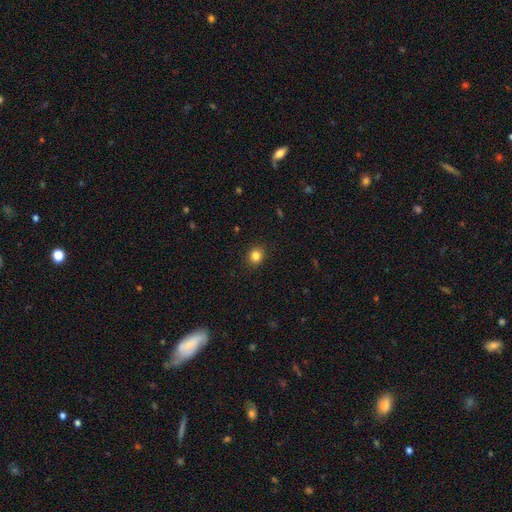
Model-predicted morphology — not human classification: type=smooth (84%); roundness=round (79%); merging=none (91%).